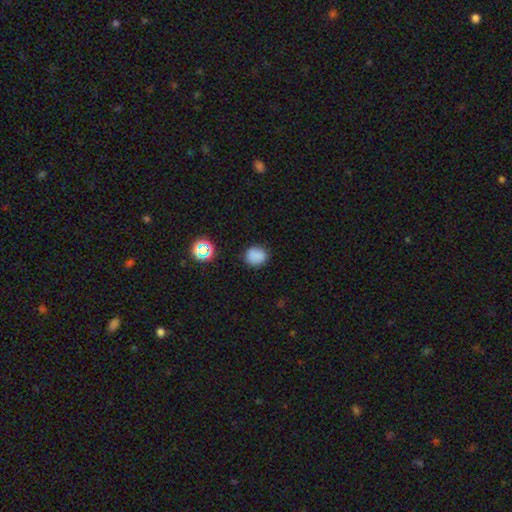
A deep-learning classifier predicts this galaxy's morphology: This appears to be a smooth galaxy with no disk features (80%) that is round (76%). Merging: none (83%).